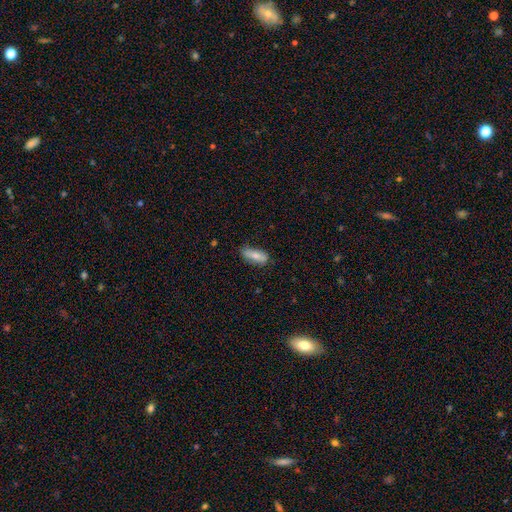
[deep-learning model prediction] Q: Smooth or featured?
A: smooth (73%); runner-up: featured or disk (20%)
Q: How rounded?
A: in between (69%); runner-up: cigar-shaped (29%)
Q: Merging?
A: none (73%); runner-up: minor disturbance (21%)